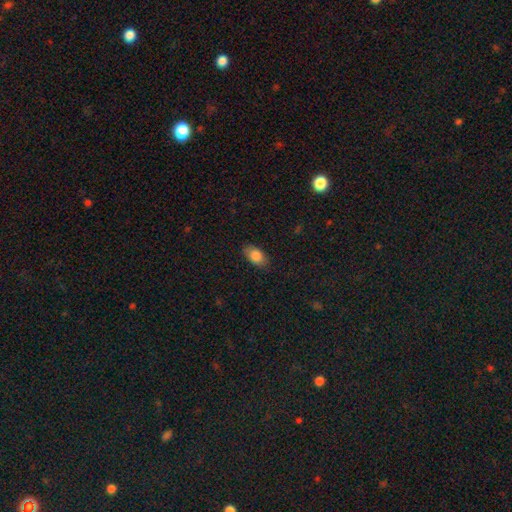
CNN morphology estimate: Smooth or featured?
  - smooth: 84% *
  - featured or disk: 8%
  - star or artifact: 7%
How rounded?
  - in between: 91% *
  - round: 7%
  - cigar-shaped: 3%
Merging?
  - none: 85% *
  - minor disturbance: 11%
  - major disturbance: 3%
  - merger: 1%